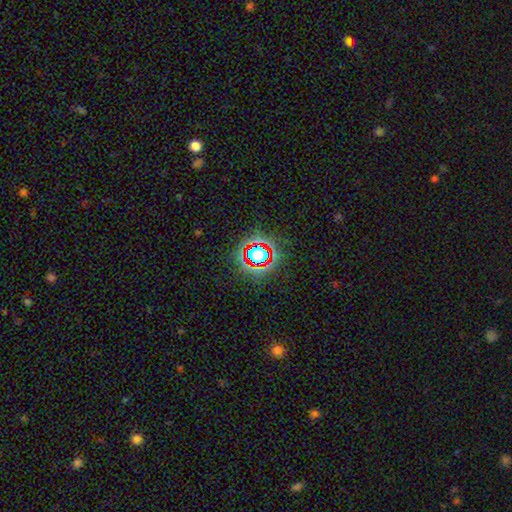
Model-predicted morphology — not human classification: Q: Smooth or featured?
A: star or artifact (66%); runner-up: smooth (22%)